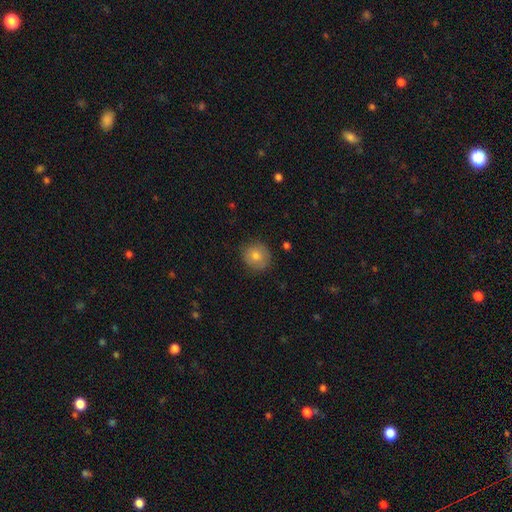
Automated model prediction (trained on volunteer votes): Overall: smooth (71%). How rounded: round (89%). Merging: none (83%).